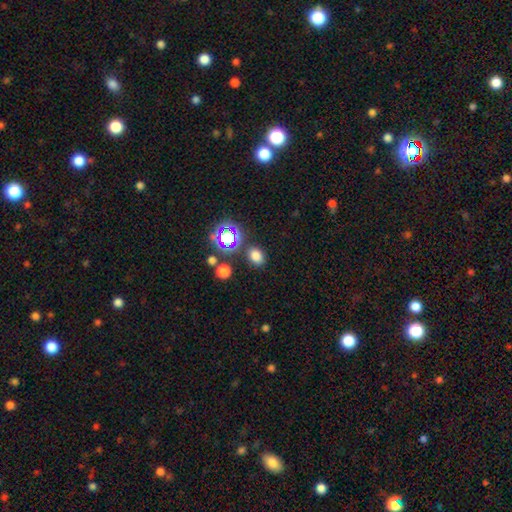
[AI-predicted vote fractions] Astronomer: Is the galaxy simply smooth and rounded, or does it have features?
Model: smooth — 73%.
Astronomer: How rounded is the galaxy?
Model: in between — 63%.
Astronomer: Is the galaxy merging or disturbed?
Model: none — 81%.